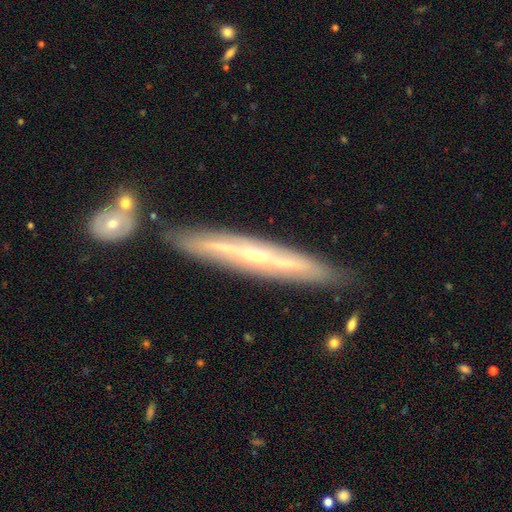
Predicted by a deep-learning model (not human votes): Overall: featured or disk (76%). Edge-on disk: yes (87%). Edge-on bulge: rounded (64%; none 34%). Merging: none (83%).